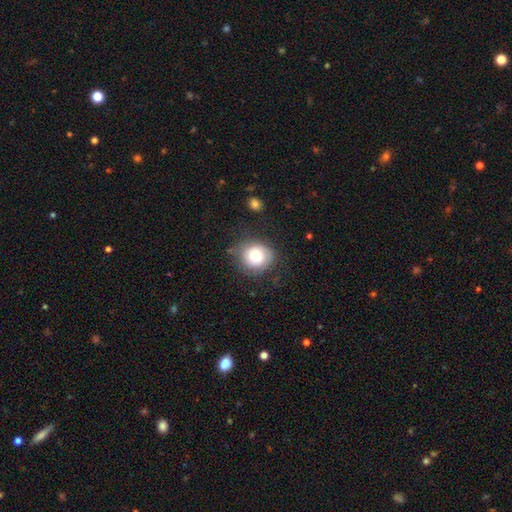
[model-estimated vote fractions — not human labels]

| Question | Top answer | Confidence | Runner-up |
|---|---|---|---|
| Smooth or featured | smooth | 77% | featured or disk (15%) |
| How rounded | round | 84% | in between (15%) |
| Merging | none | 72% | minor disturbance (19%) |